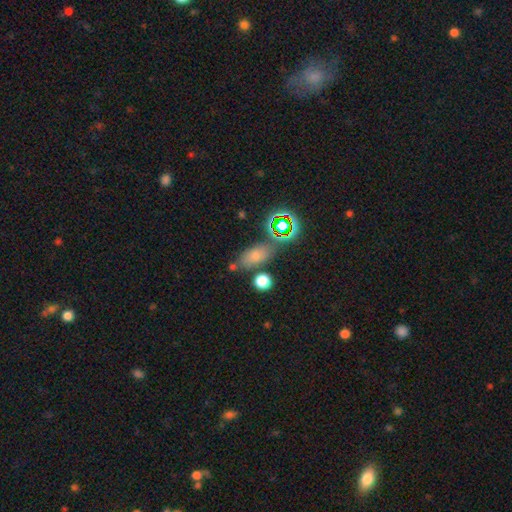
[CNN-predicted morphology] The model was most divided on "smooth or featured": smooth: 66%, star or artifact: 21%, featured or disk: 13%. More confident: how rounded — in between (79%); merging — none (69%).